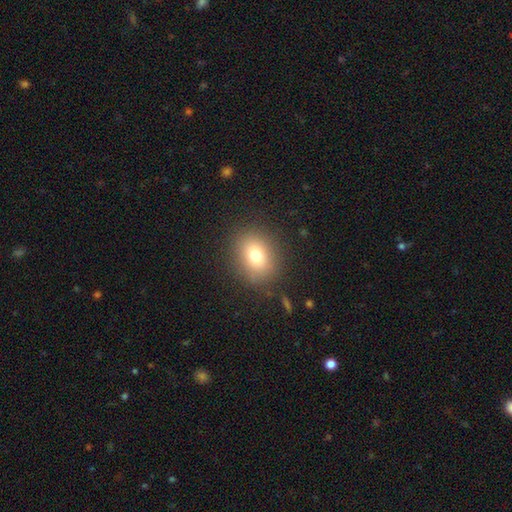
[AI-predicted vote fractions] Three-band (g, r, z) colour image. It shows a smooth galaxy with no disk features (75%) that is round (54%). Merging: none (85%).